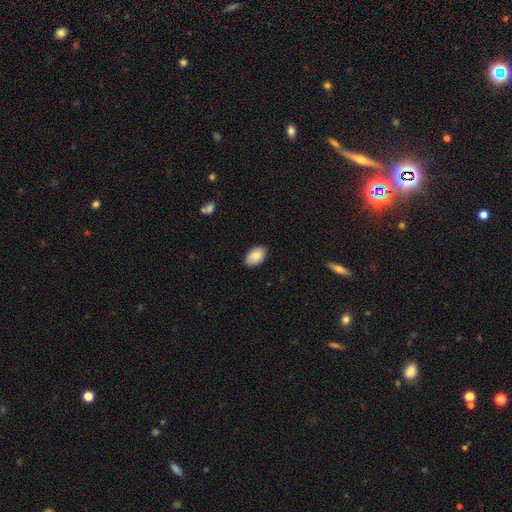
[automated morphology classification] smooth 84%, featured or disk 9%, star or artifact 7%. Down the decision tree: how rounded — in between (92%); merging — none (87%).